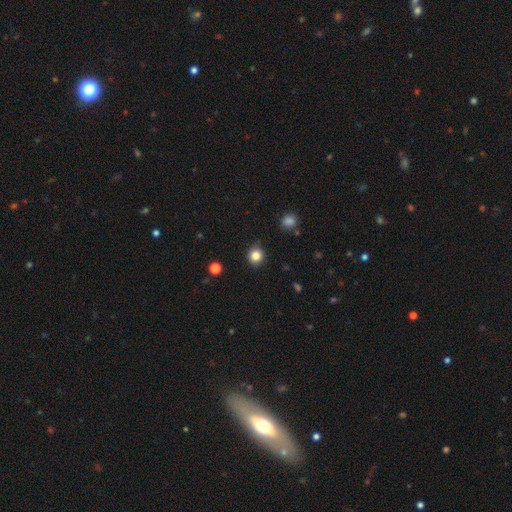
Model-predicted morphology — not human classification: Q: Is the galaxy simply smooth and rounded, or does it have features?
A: smooth — 83%.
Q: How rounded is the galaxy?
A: round — 90%.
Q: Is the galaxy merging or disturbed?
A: none — 88%.